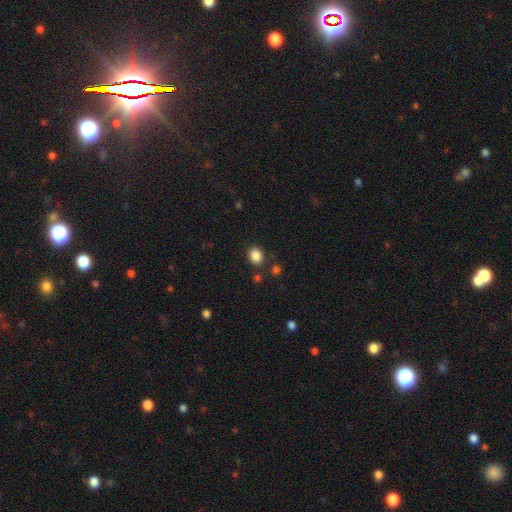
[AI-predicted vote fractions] Q: Smooth or featured?
A: smooth (86%); runner-up: star or artifact (10%)
Q: How rounded?
A: in between (50%); runner-up: round (49%)
Q: Merging?
A: none (83%); runner-up: minor disturbance (9%)